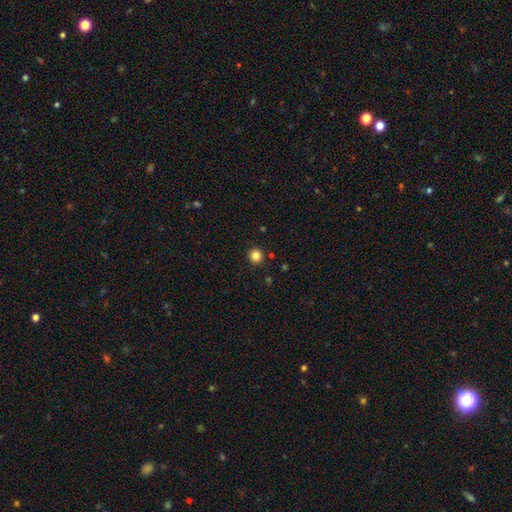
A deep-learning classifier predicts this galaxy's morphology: This appears to be a smooth galaxy with no disk features (84%) that is round (94%). Merging: none (92%).